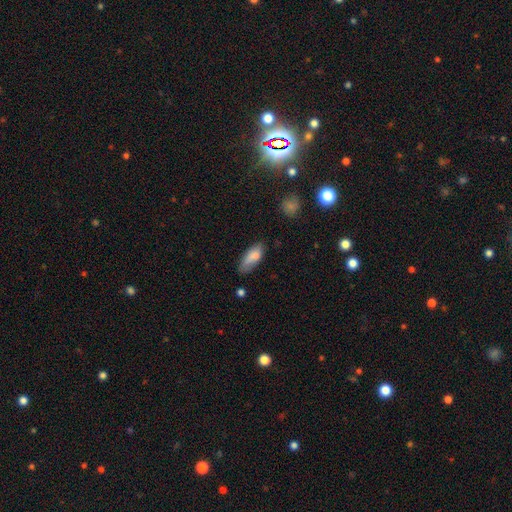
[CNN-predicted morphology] This is likely a smooth galaxy (78%). How rounded: likely in between (74%). Merging: likely none (61%).